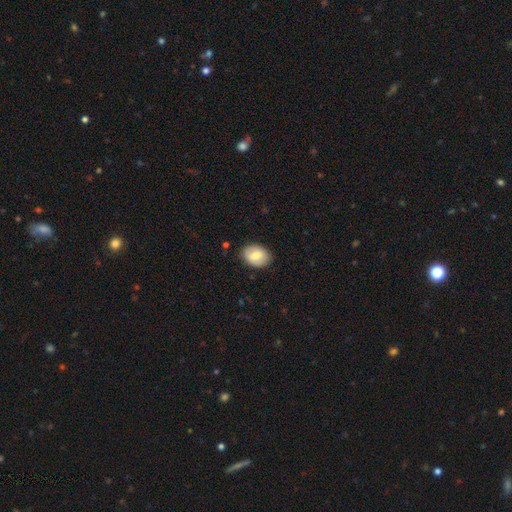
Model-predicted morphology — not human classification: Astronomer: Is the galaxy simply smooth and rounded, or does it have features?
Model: smooth — 72%.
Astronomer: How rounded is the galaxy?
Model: in between — 74%.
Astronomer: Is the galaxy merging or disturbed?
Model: none — 83%.